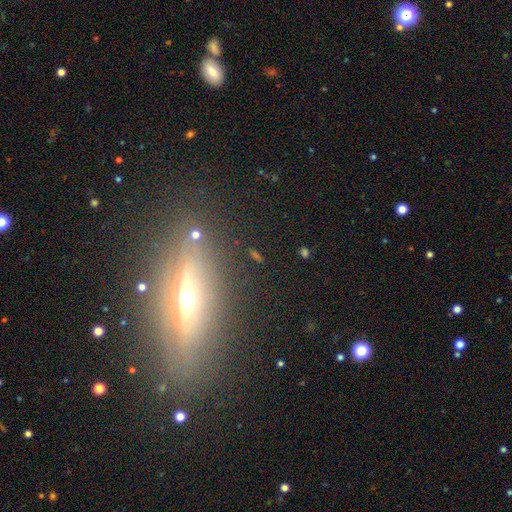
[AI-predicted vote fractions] Smooth or featured? featured or disk (37%)
Merging? none (80%)